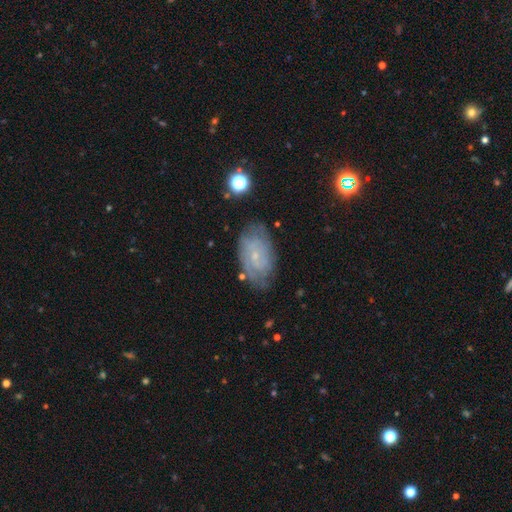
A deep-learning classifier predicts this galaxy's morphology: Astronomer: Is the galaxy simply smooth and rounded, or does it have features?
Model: featured or disk — 69%.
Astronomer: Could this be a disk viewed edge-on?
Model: no — 96%.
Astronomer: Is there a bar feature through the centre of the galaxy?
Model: no — 68%.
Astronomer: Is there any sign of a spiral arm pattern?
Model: yes — 84%.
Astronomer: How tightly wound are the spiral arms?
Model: tight — 63%.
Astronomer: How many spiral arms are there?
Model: can't tell — 52%.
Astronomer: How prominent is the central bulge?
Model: small — 82%.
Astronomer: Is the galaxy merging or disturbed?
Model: none — 72%.